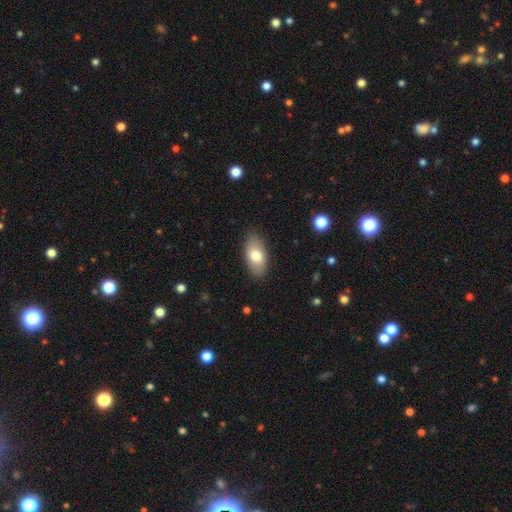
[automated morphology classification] smooth 76%, featured or disk 18%, star or artifact 7%. Down the decision tree: how rounded — in between (91%); merging — none (85%).